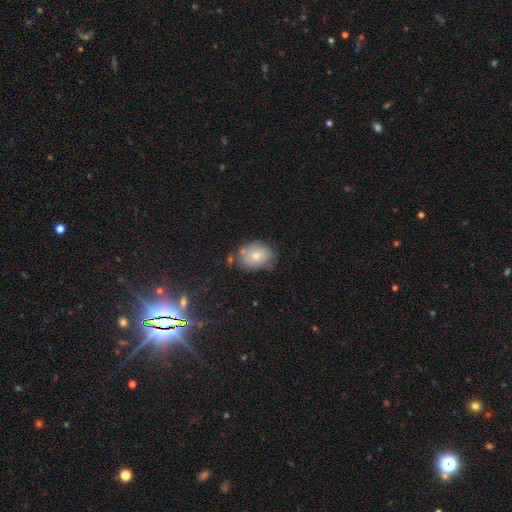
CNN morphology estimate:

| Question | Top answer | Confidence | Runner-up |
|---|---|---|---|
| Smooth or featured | smooth | 74% | featured or disk (17%) |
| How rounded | in between | 58% | round (41%) |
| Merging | none | 61% | minor disturbance (26%) |